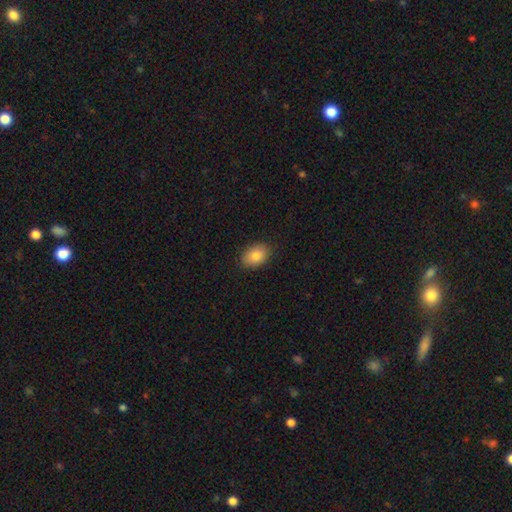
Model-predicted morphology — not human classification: Smooth or featured? Predicted: smooth (p=0.85). How rounded? Predicted: in between (p=0.81). Merging? Predicted: none (p=0.87).